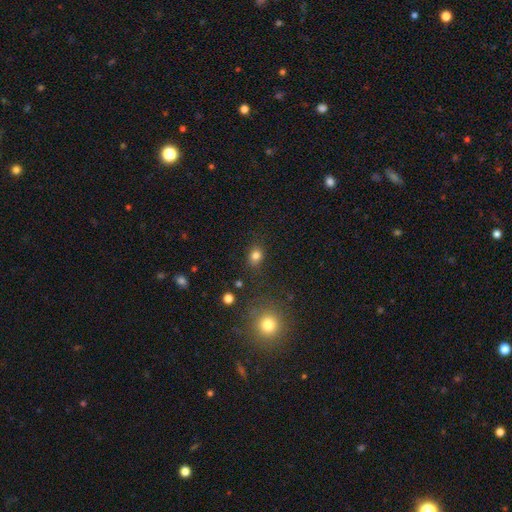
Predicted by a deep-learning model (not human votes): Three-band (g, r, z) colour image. It shows a smooth galaxy with no disk features (80%) that is round (51%). Merging: none (82%).